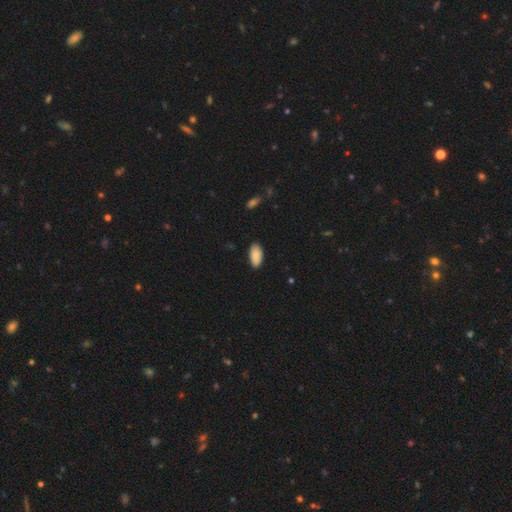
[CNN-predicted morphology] smooth_or_featured: smooth (p=0.89) [alt: star or artifact p=0.06]
how_rounded: in between (p=0.94) [alt: cigar-shaped p=0.04]
merging: none (p=0.87) [alt: minor disturbance p=0.10]